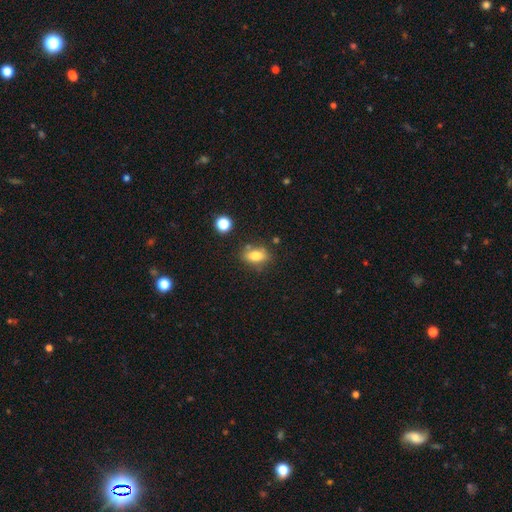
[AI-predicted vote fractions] Smooth or featured?
  - smooth: 79% *
  - featured or disk: 11%
  - star or artifact: 10%
How rounded?
  - in between: 80% *
  - round: 15%
  - cigar-shaped: 5%
Merging?
  - none: 74% *
  - minor disturbance: 16%
  - merger: 7%
  - major disturbance: 4%